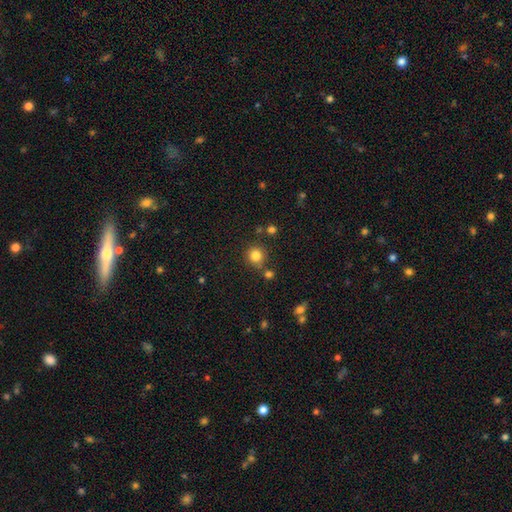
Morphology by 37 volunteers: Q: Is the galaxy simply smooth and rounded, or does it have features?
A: smooth — 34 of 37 (92%).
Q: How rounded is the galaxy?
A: round — 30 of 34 (88%).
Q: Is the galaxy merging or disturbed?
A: none — 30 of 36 (83%).